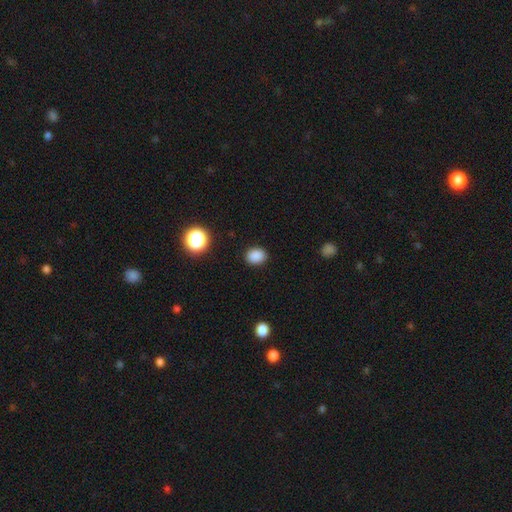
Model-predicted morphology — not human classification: The model was most divided on "how rounded": in between: 55%, round: 44%, cigar-shaped: 1%. More confident: merging — none (88%); smooth or featured — smooth (86%).